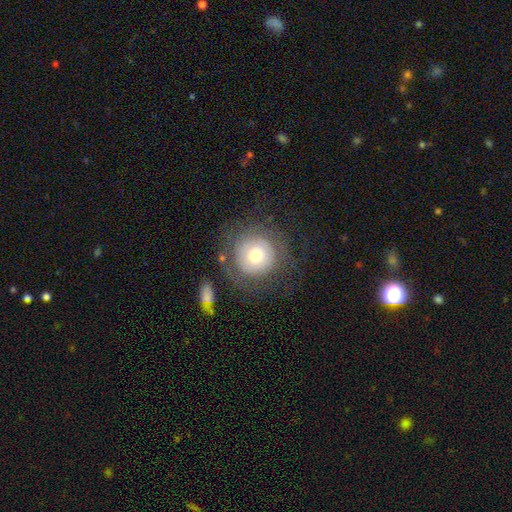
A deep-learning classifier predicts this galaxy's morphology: A smooth galaxy with no disk features (57%) that is round (93%). Merging: none (69%).